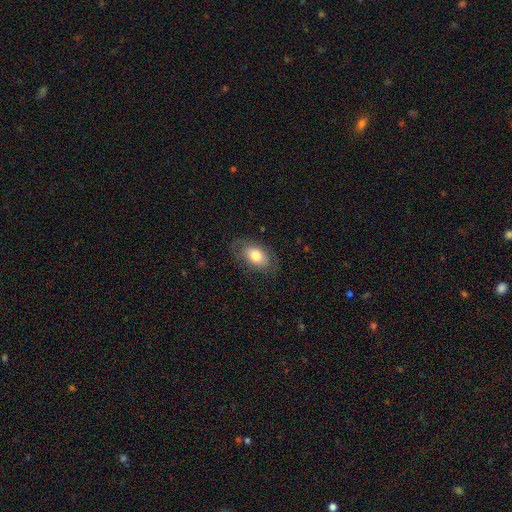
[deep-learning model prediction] smooth_or_featured: smooth (p=0.67) [alt: featured or disk p=0.25]
how_rounded: in between (p=0.88) [alt: round p=0.10]
merging: none (p=0.73) [alt: minor disturbance p=0.18]